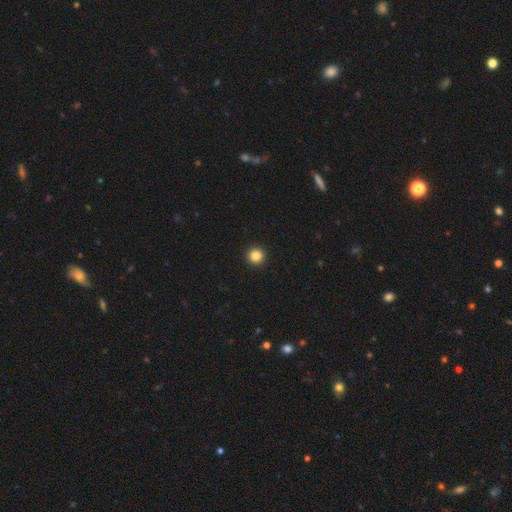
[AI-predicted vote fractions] smooth-or-featured: smooth: 85% | star or artifact: 11% | featured or disk: 4%
  how-rounded: round: 96% | in between: 3% | cigar-shaped: 1%
  merging: none: 94% | minor disturbance: 3% | major disturbance: 1% | merger: 1%